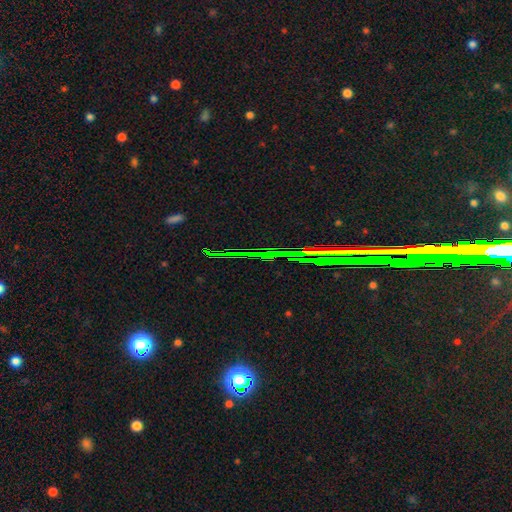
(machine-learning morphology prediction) Smooth or featured?
  - star or artifact: 79% *
  - featured or disk: 10%
  - smooth: 10%